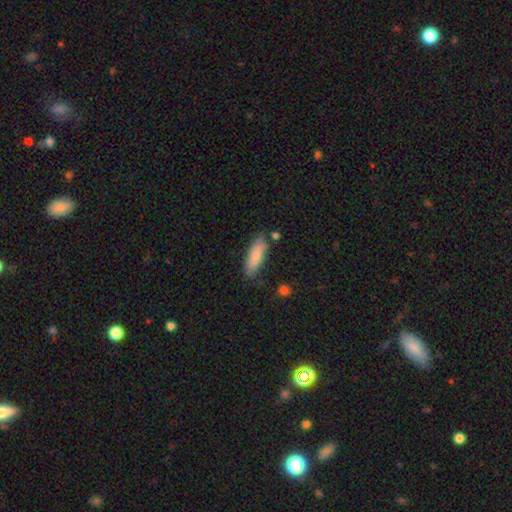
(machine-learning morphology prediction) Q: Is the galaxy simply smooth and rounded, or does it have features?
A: smooth — 83%.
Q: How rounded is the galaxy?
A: in between — 52%.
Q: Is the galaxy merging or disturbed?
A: none — 76%.